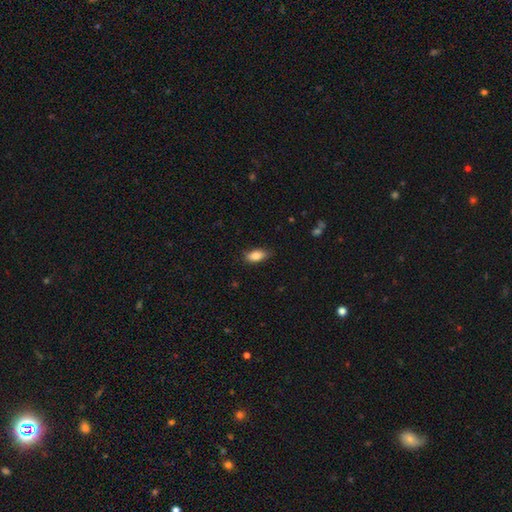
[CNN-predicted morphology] This is clearly a smooth galaxy (85%). How rounded: clearly in between (87%). Merging: clearly none (80%).